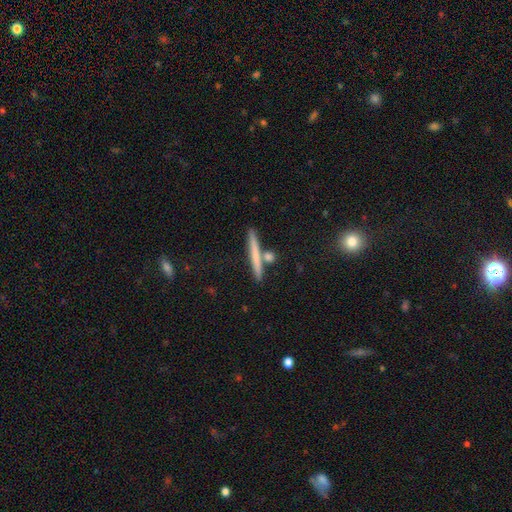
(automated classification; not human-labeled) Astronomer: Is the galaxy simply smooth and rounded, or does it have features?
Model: smooth — 60%.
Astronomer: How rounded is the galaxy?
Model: cigar-shaped — 93%.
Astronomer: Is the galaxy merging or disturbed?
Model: none — 78%.